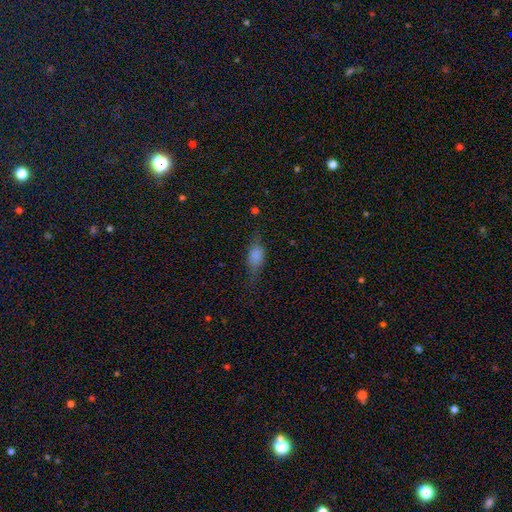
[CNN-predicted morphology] This is likely a smooth galaxy (71%). How rounded: likely in between (79%). Merging: possibly none (55%).